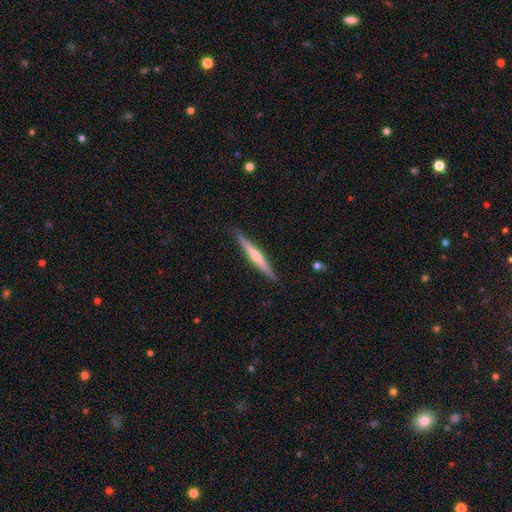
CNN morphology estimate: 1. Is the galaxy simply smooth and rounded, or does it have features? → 65% featured or disk, 29% smooth, 5% star or artifact.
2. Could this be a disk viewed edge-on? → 97% yes, 3% no.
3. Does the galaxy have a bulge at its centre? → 70% rounded, 24% none, 6% boxy.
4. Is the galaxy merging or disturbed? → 90% none, 8% minor disturbance, 1% major disturbance, 1% merger.